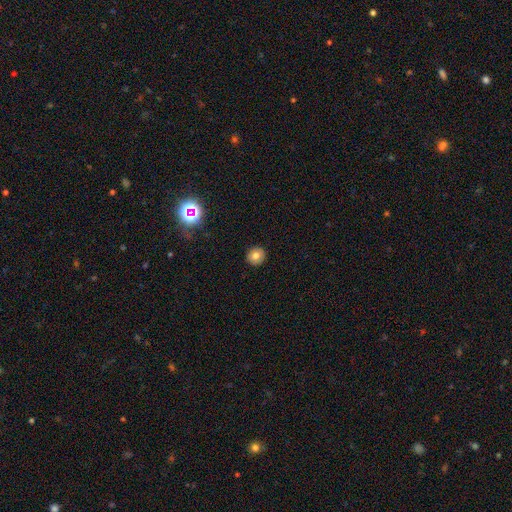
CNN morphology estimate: Q: Smooth or featured?
A: smooth (75%); runner-up: featured or disk (13%)
Q: How rounded?
A: round (92%); runner-up: in between (7%)
Q: Merging?
A: none (92%); runner-up: minor disturbance (6%)